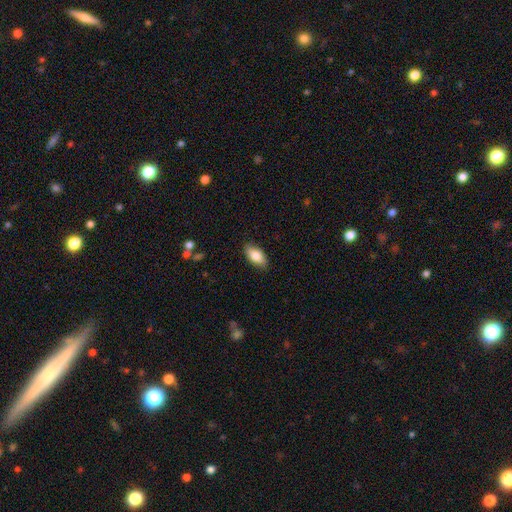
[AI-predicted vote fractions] A smooth galaxy with no disk features (81%) that is in between round and cigar-shaped (90%). Merging: none (88%).